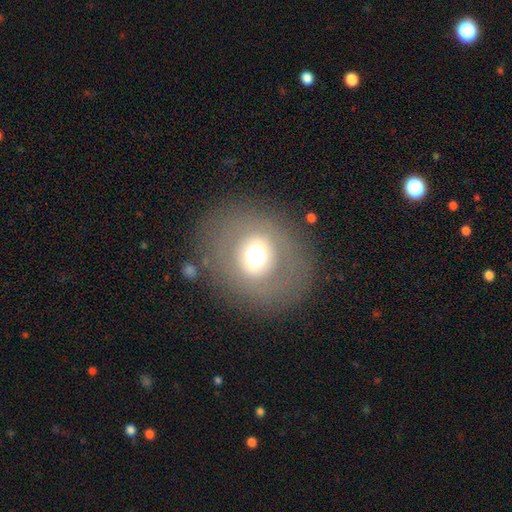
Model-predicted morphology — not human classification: Smooth or featured?
  - smooth: 54% *
  - featured or disk: 33%
  - star or artifact: 13%
How rounded?
  - round: 77% *
  - in between: 22%
  - cigar-shaped: 1%
Merging?
  - none: 82% *
  - minor disturbance: 9%
  - major disturbance: 8%
  - merger: 2%